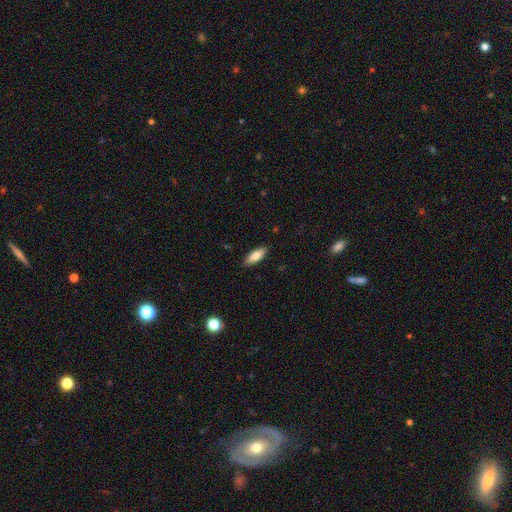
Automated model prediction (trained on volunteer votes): The model was most divided on "how rounded": in between: 68%, cigar-shaped: 30%, round: 2%. More confident: merging — none (88%); smooth or featured — smooth (78%).